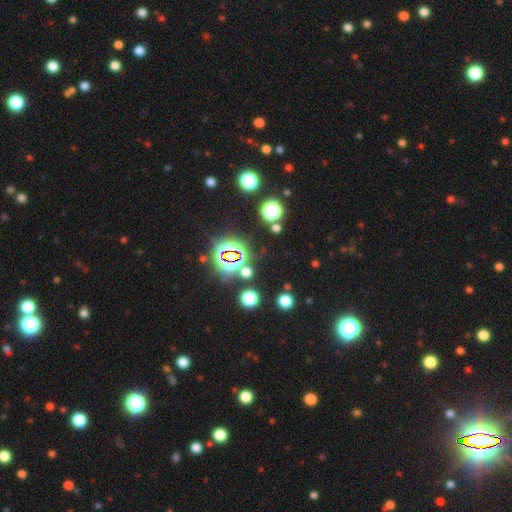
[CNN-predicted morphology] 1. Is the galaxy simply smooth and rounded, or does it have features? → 78% star or artifact, 15% smooth, 7% featured or disk.